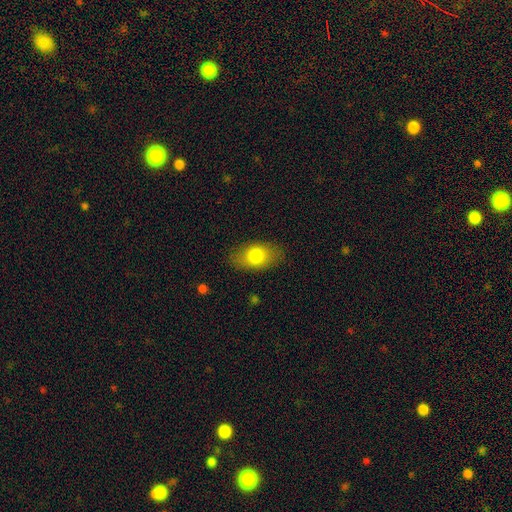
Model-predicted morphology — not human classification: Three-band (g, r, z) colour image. It shows a smooth galaxy with no disk features (77%) that is in between round and cigar-shaped (87%). Merging: none (83%).